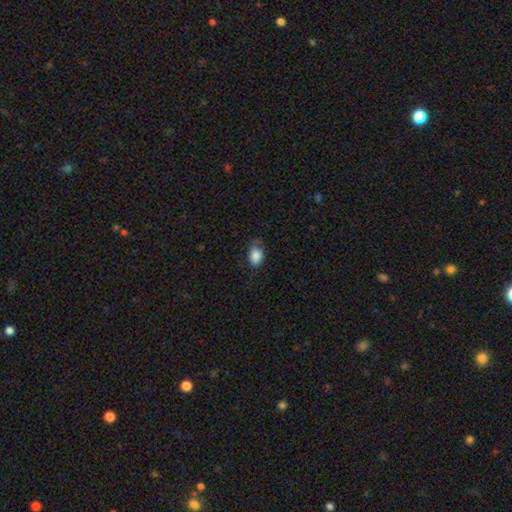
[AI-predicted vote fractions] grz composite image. It shows a smooth galaxy with no disk features (86%) that is in between round and cigar-shaped (83%). Merging: none (65%).